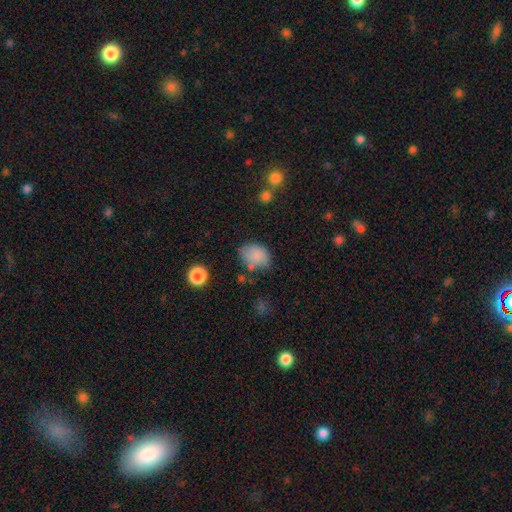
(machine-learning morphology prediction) smooth_or_featured: smooth (p=0.82) [alt: star or artifact p=0.10]
how_rounded: in between (p=0.64) [alt: round p=0.35]
merging: none (p=0.60) [alt: minor disturbance p=0.25]